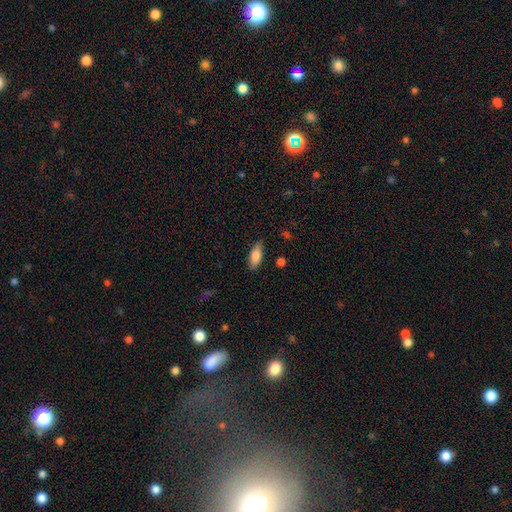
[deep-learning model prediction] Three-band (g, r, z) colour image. It shows a smooth galaxy with no disk features (79%) that is in between round and cigar-shaped (76%). Merging: none (83%).